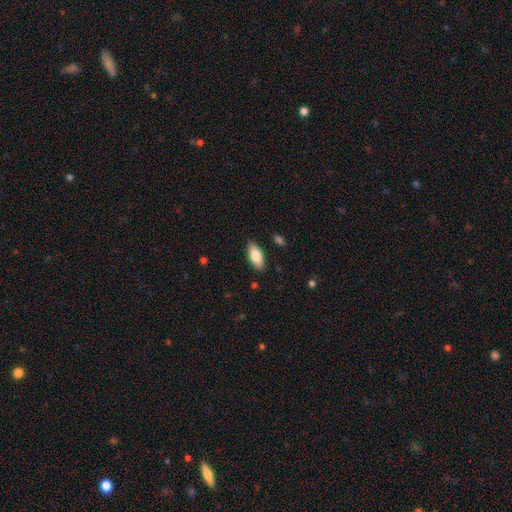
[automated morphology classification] Overall: smooth (79%). How rounded: in between (85%). Merging: none (86%).